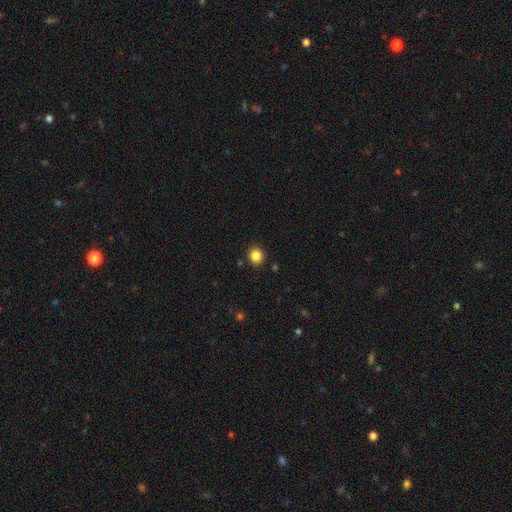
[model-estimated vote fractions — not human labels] smooth_or_featured: smooth (p=0.85) [alt: star or artifact p=0.11]
how_rounded: round (p=0.83) [alt: in between p=0.16]
merging: none (p=0.90) [alt: minor disturbance p=0.06]